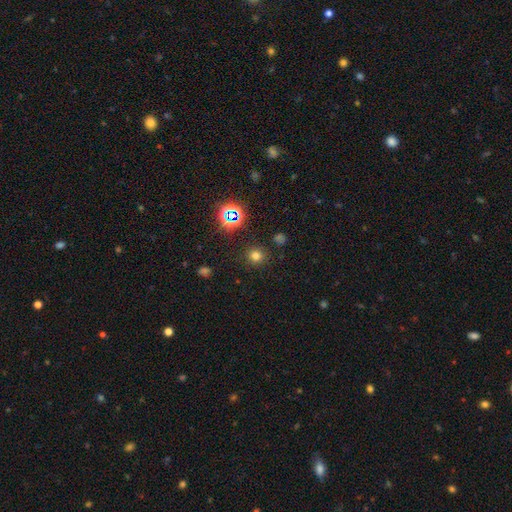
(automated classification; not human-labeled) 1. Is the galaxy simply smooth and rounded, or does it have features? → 70% smooth, 24% star or artifact, 6% featured or disk.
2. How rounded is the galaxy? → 91% round, 8% in between, 1% cigar-shaped.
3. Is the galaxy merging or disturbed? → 88% none, 7% minor disturbance, 3% major disturbance, 2% merger.